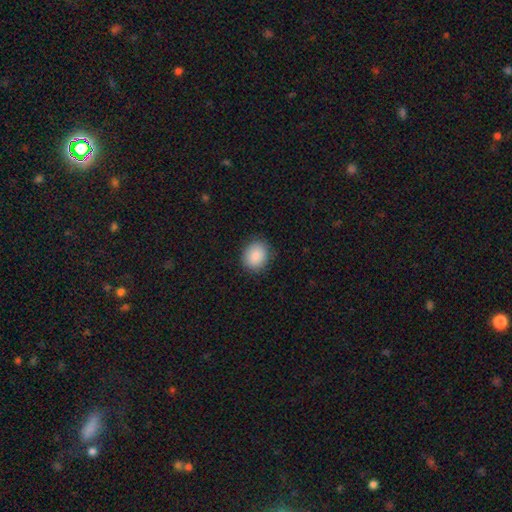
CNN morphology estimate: The model was most divided on "how rounded": round: 62%, in between: 37%, cigar-shaped: 1%. More confident: smooth or featured — smooth (89%); merging — none (86%).